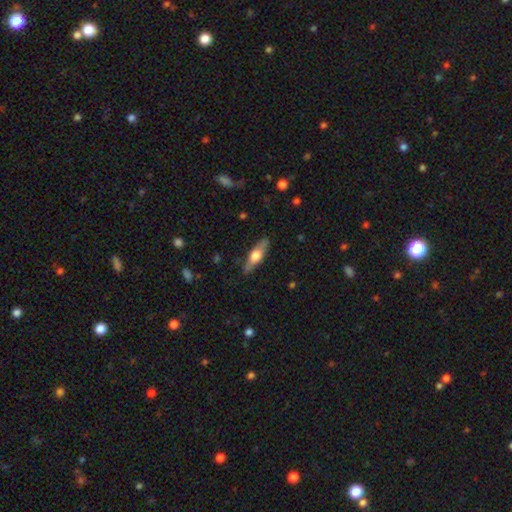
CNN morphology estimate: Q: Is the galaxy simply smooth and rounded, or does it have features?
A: smooth — 49%.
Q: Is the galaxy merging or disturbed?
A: none — 84%.